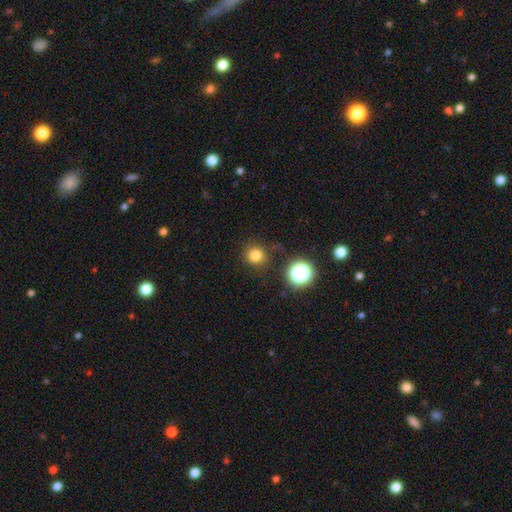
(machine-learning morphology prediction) Smooth or featured? smooth (78%)
How rounded? round (92%)
Merging? none (82%)